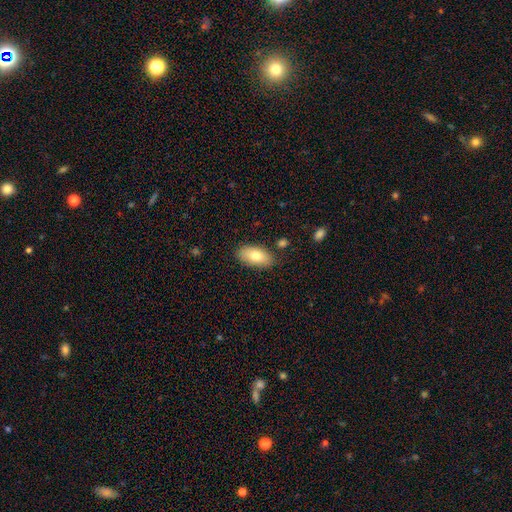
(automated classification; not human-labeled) Smooth or featured? Predicted: smooth (p=0.76). How rounded? Predicted: in between (p=0.93). Merging? Predicted: none (p=0.84).